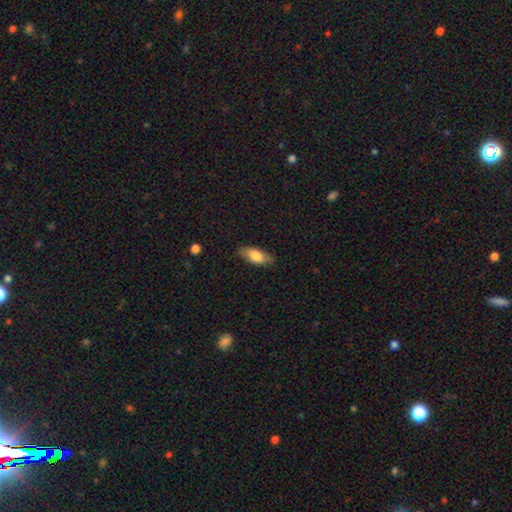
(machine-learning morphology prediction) This is likely a smooth galaxy (74%). How rounded: likely in between (79%). Merging: clearly none (80%).